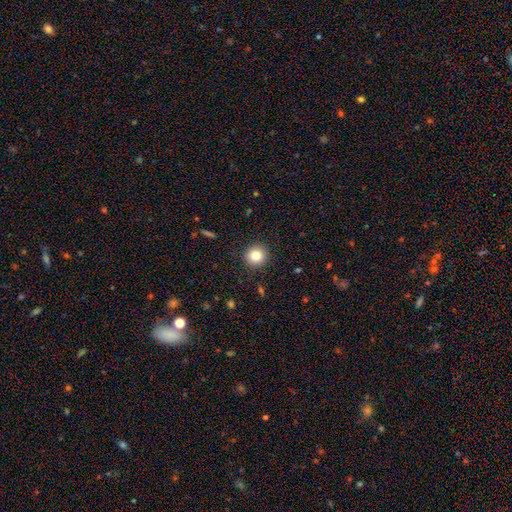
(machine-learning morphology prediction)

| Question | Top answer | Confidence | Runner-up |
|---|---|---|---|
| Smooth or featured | smooth | 82% | star or artifact (11%) |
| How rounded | round | 92% | in between (7%) |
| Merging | none | 91% | minor disturbance (6%) |